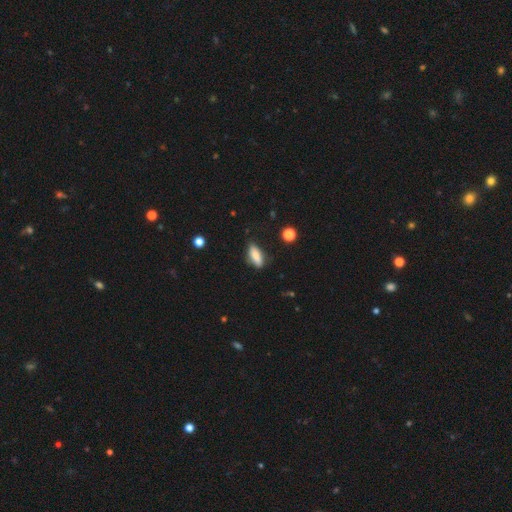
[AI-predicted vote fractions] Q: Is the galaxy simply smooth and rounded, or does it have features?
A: smooth — 78%.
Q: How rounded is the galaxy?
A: in between — 67%.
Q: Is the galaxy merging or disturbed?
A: none — 71%.